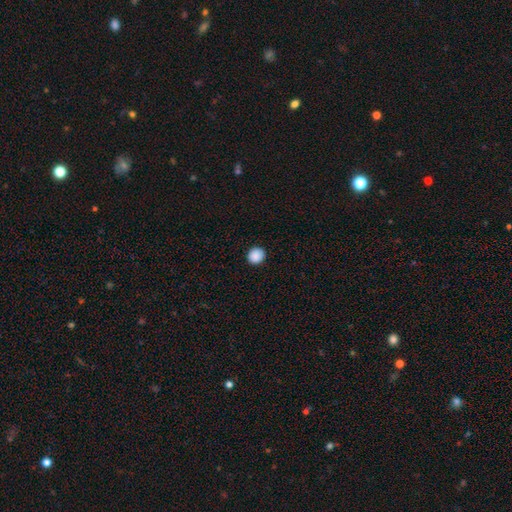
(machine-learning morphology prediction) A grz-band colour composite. It shows a smooth galaxy with no disk features (89%) that is round (87%). Merging: none (91%).